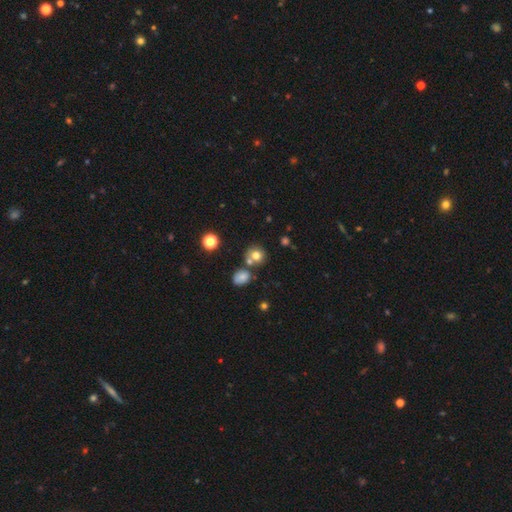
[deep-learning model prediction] Overall: smooth (74%). How rounded: round (84%). Merging: none (63%; merger 24%).